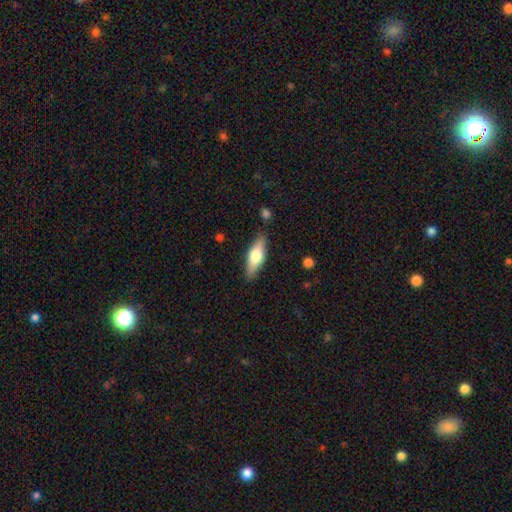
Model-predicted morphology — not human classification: Smooth or featured? smooth (55%)
How rounded? in between (55%)
Merging? none (85%)